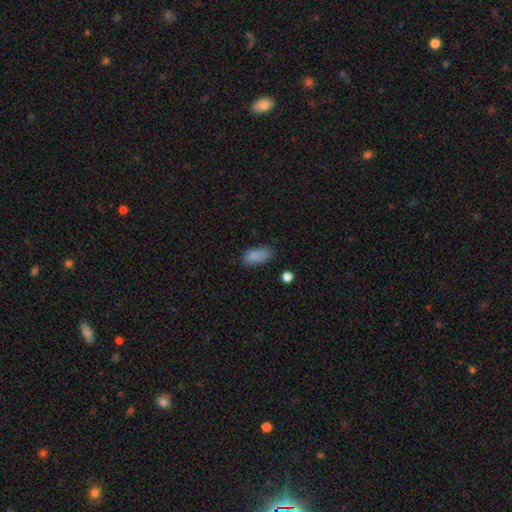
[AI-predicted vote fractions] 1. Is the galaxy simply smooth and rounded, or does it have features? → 85% smooth, 9% star or artifact, 7% featured or disk.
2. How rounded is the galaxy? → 89% in between, 7% cigar-shaped, 4% round.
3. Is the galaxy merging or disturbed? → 60% none, 30% minor disturbance, 8% major disturbance, 3% merger.